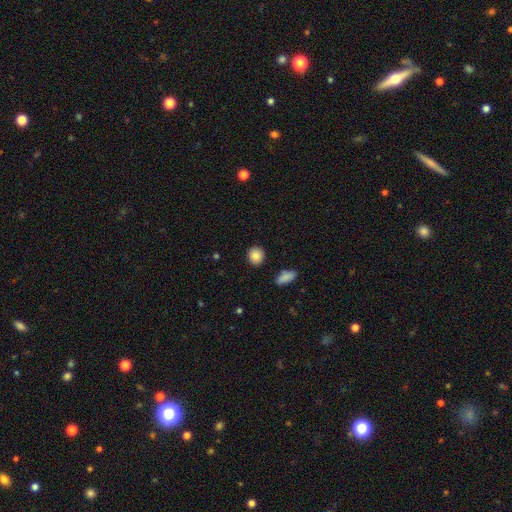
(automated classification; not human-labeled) smooth 86%, star or artifact 8%, featured or disk 5%. Down the decision tree: how rounded — round (80%); merging — none (90%).